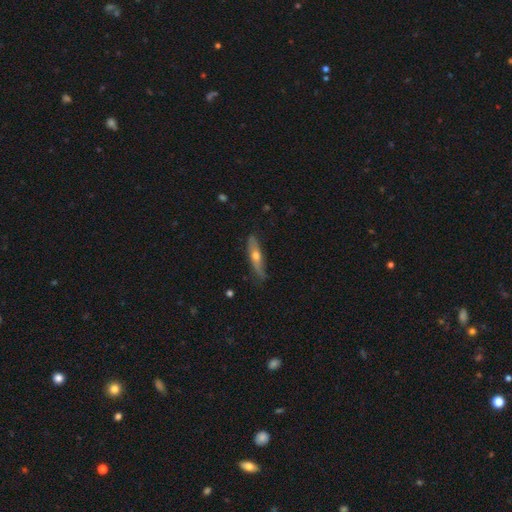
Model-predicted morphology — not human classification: The model was most divided on "smooth or featured": featured or disk: 55%, smooth: 39%, star or artifact: 6%. More confident: edge-on disk — yes (83%); merging — none (78%).